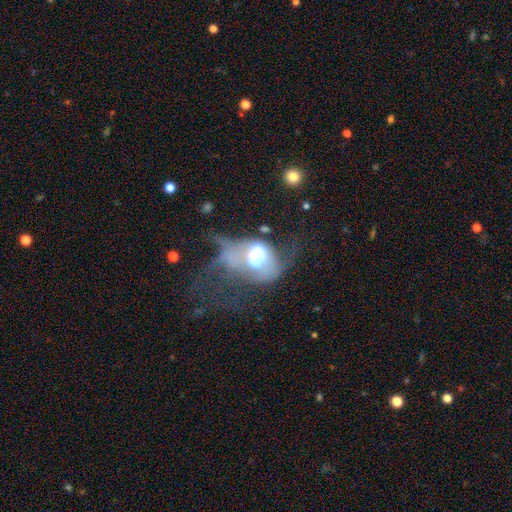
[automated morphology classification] Overall: featured or disk (49%; smooth 40%). Merging: major disturbance (56%; merger 19%).